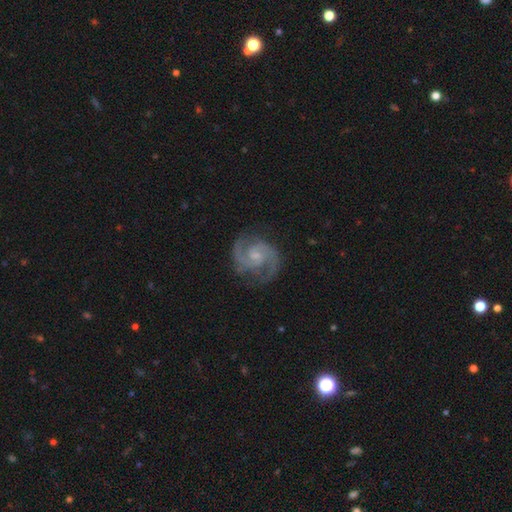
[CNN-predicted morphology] Smooth or featured? featured or disk (92%)
Edge-on disk? no (98%)
Bar? no (52%)
Spiral arms? yes (98%)
Spiral winding? medium (58%)
Spiral arm count? 2 (88%)
Bulge size? small (59%)
Merging? none (79%)